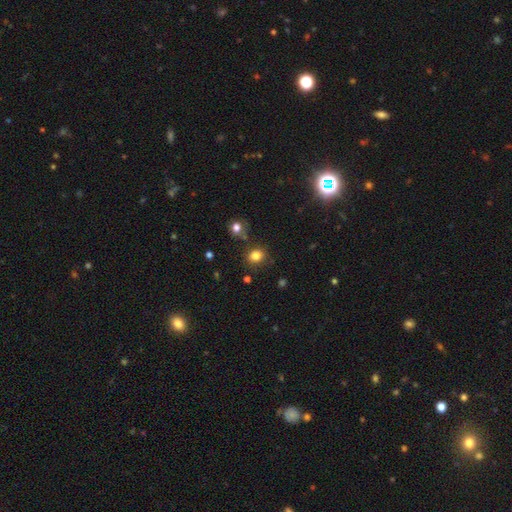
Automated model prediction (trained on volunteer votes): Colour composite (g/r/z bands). It shows a smooth galaxy with no disk features (81%) that is round (66%). Merging: none (79%).